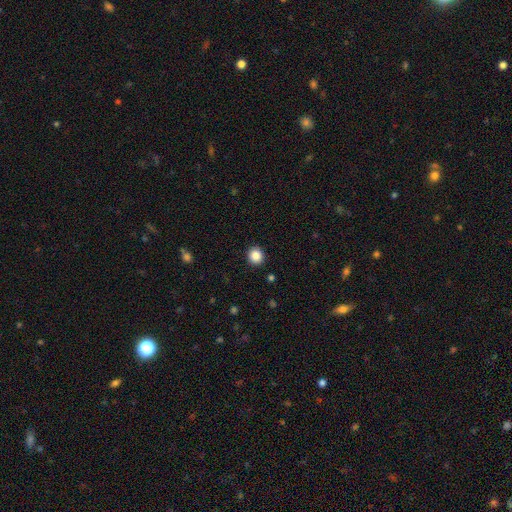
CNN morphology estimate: smooth 87%, star or artifact 10%, featured or disk 3%. Down the decision tree: how rounded — round (89%); merging — none (92%).